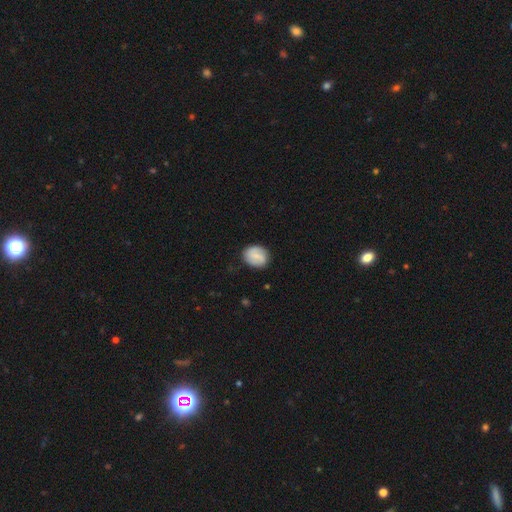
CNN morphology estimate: Smooth or featured: smooth — 57% (featured or disk — 36%)
How rounded: round — 55% (in between — 44%)
Merging: none — 81% (minor disturbance — 14%)